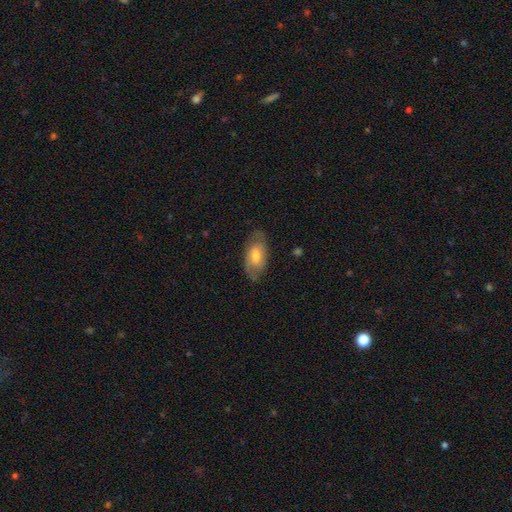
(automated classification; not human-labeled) Smooth or featured?
  - featured or disk: 63% *
  - smooth: 31%
  - star or artifact: 7%
Edge-on disk?
  - no: 92% *
  - yes: 8%
Bar?
  - no: 50% *
  - weak: 41%
  - strong: 10%
Spiral arms?
  - yes: 82% *
  - no: 18%
Bulge size?
  - moderate: 61% *
  - small: 26%
  - large: 9%
  - none: 3%
  - dominant: 1%
Merging?
  - none: 77% *
  - minor disturbance: 16%
  - major disturbance: 5%
  - merger: 1%